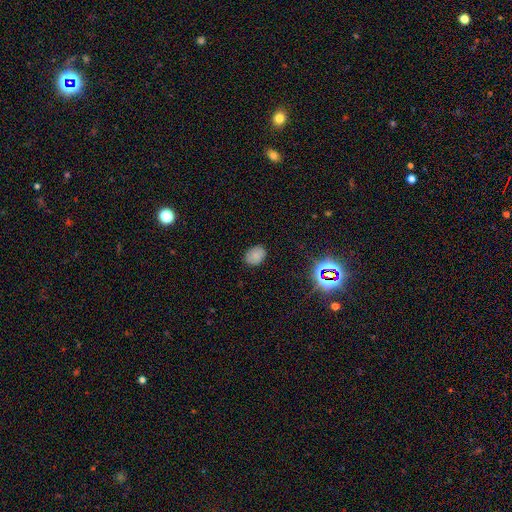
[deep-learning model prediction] The model was most divided on "how rounded": in between: 63%, round: 36%, cigar-shaped: 1%. More confident: merging — none (83%); smooth or featured — smooth (76%).